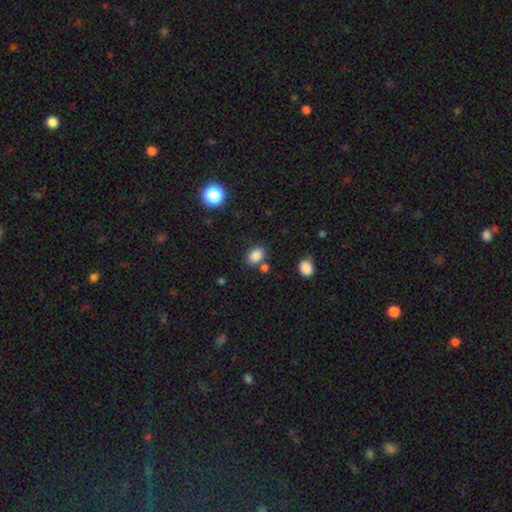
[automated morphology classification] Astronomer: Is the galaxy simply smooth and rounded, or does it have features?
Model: smooth — 84%.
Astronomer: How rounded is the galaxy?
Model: in between — 65%.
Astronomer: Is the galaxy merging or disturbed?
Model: none — 71%.